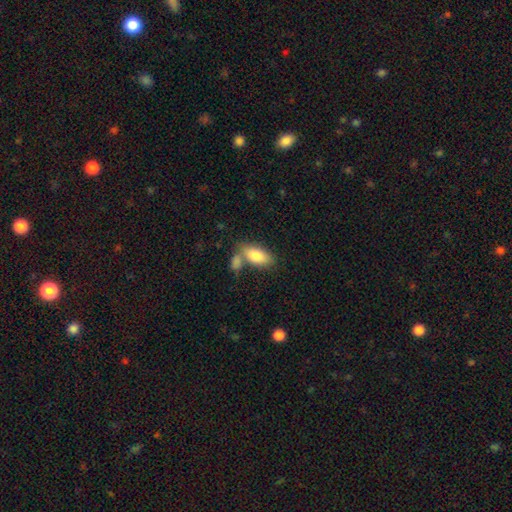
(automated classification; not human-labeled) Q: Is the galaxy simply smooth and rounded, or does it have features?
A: smooth — 82%.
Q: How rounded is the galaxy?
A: in between — 90%.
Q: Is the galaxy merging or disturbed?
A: none — 50%.